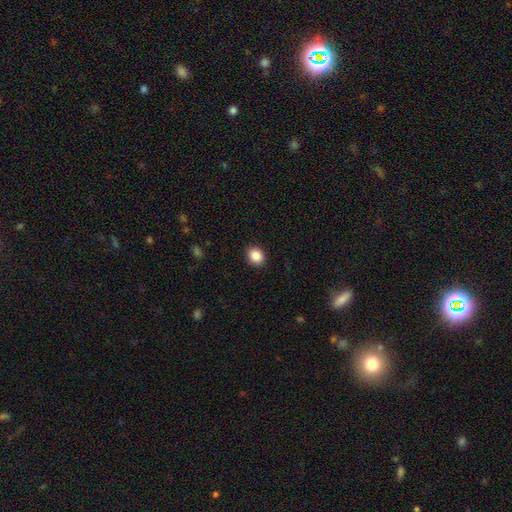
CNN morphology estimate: This appears to be a smooth galaxy with no disk features (88%) that is round (57%). Merging: none (91%).